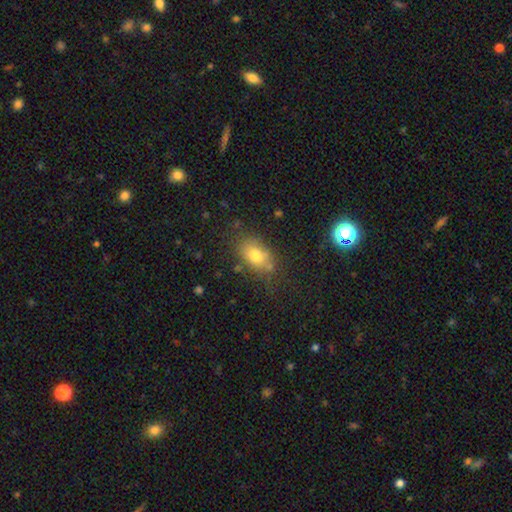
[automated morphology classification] smooth-or-featured: smooth: 75% | featured or disk: 14% | star or artifact: 11%
  how-rounded: in between: 80% | round: 18% | cigar-shaped: 2%
  merging: none: 68% | minor disturbance: 20% | major disturbance: 7% | merger: 6%